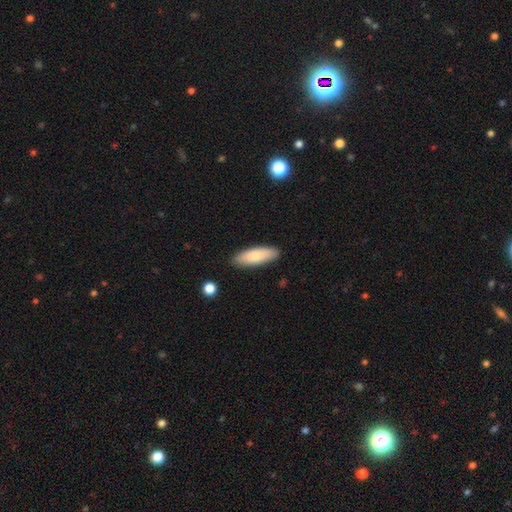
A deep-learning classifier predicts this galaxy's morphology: This appears to be a smooth galaxy with no disk features (81%) that is in between round and cigar-shaped (59%). Merging: none (87%).